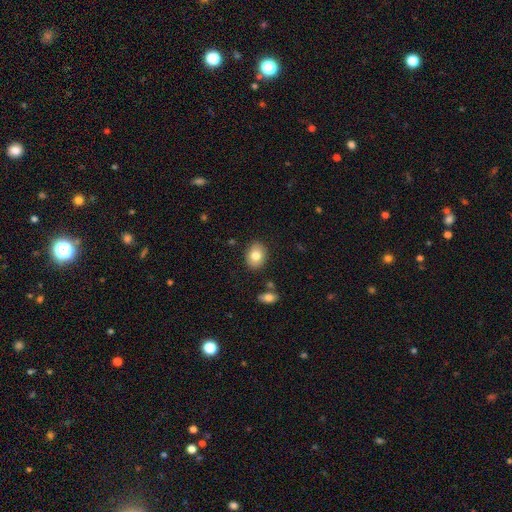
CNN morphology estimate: This appears to be a smooth galaxy with no disk features (80%) that is in between round and cigar-shaped (64%). Merging: none (87%).